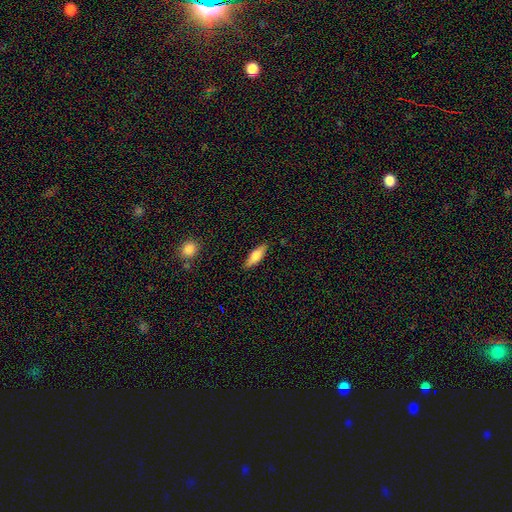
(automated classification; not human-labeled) Q: Smooth or featured?
A: smooth (65%); runner-up: featured or disk (29%)
Q: How rounded?
A: cigar-shaped (50%); runner-up: in between (47%)
Q: Merging?
A: none (86%); runner-up: minor disturbance (10%)